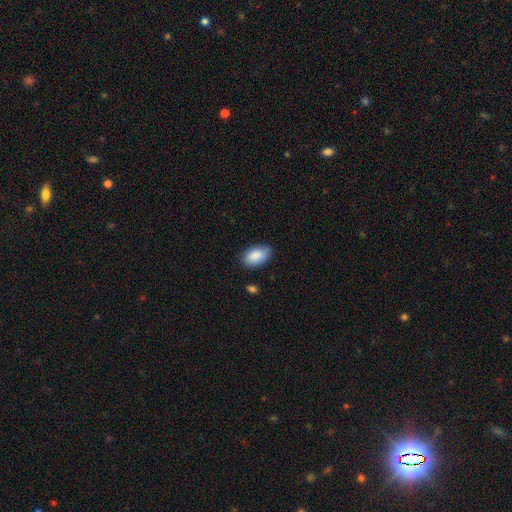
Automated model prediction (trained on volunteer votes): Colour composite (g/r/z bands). It shows a smooth galaxy with no disk features (88%) that is in between round and cigar-shaped (94%). Merging: none (78%).